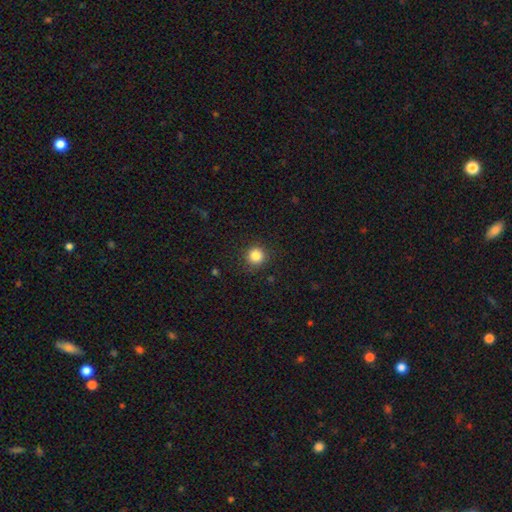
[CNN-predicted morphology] The model was most divided on "smooth or featured": smooth: 85%, star or artifact: 11%, featured or disk: 4%. More confident: how rounded — round (95%); merging — none (91%).